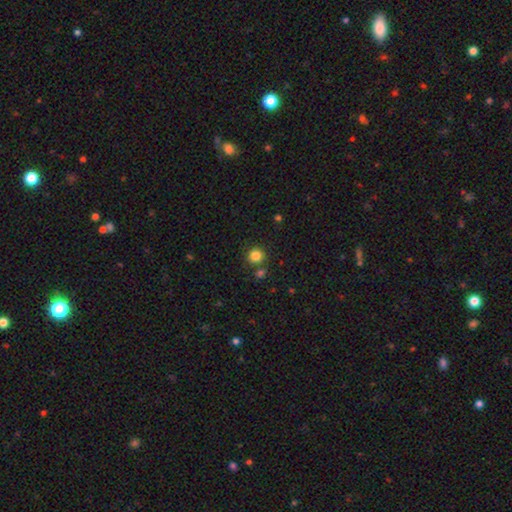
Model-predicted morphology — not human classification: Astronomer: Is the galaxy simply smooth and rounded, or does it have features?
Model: smooth — 82%.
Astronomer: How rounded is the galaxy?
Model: round — 92%.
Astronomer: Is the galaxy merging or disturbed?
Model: none — 81%.